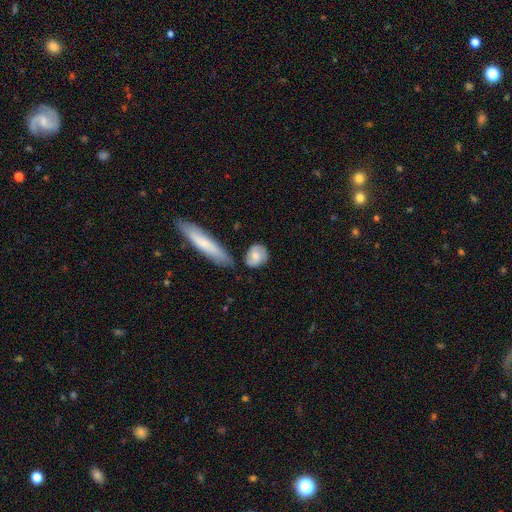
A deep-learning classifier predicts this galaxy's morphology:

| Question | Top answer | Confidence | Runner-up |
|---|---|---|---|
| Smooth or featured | smooth | 58% | featured or disk (35%) |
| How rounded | in between | 50% | round (43%) |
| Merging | none | 66% | minor disturbance (20%) |